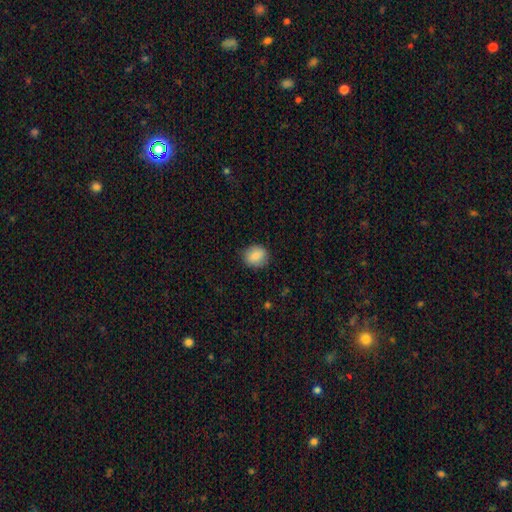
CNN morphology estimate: The model was most divided on "how rounded": round: 64%, in between: 35%, cigar-shaped: 1%. More confident: smooth or featured — smooth (86%); merging — none (86%).